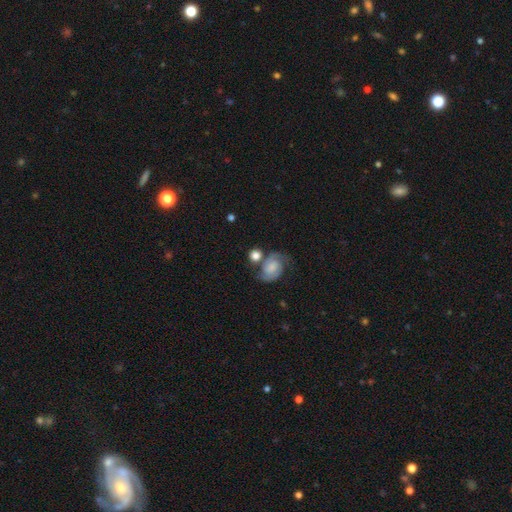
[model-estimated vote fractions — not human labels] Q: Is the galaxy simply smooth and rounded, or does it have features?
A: smooth — 49%.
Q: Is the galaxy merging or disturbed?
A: none — 57%.